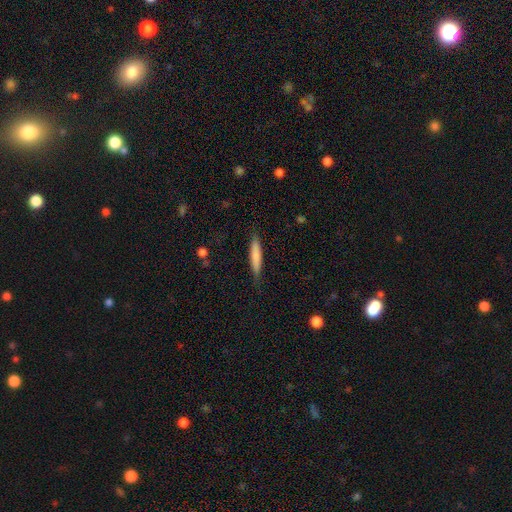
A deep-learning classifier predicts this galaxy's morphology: This is likely a smooth galaxy (75%). How rounded: clearly cigar-shaped (89%). Merging: clearly none (84%).